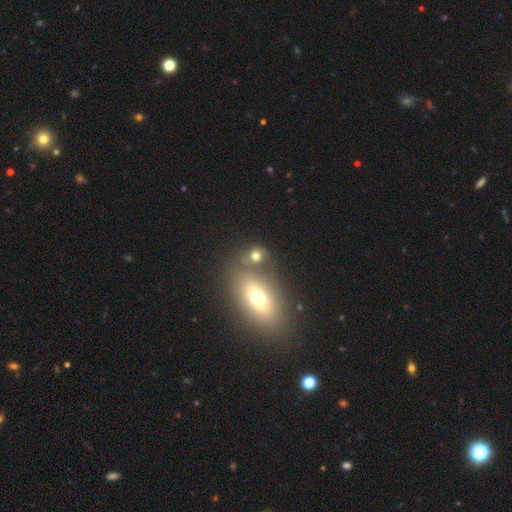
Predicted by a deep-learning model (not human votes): smooth 70%, star or artifact 15%, featured or disk 15%. Down the decision tree: how rounded — round (57%); merging — none (52%).